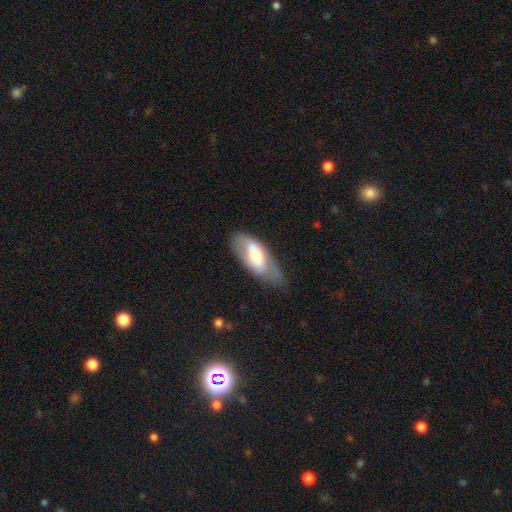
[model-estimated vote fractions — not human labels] Smooth or featured? smooth (52%)
How rounded? in between (85%)
Merging? none (57%)